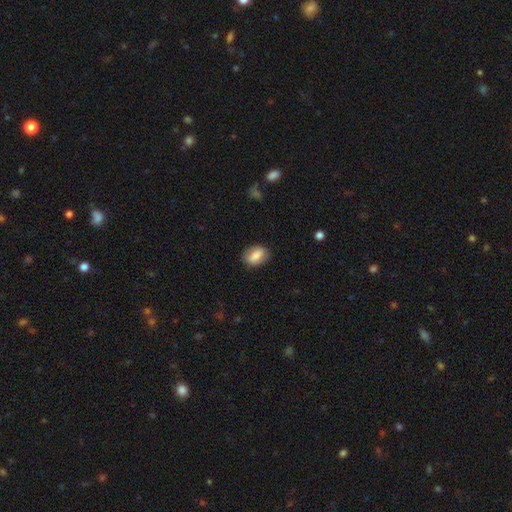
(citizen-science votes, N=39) Q: Smooth or featured?
A: smooth (77%); runner-up: featured or disk (21%)
Q: How rounded?
A: in between (90%); runner-up: round (7%)
Q: Merging?
A: none (92%); runner-up: minor disturbance (8%)